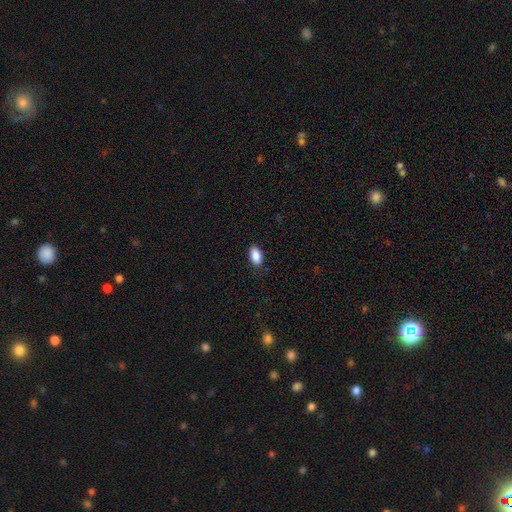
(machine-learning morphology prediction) This appears to be a smooth galaxy with no disk features (89%) that is in between round and cigar-shaped (93%). Merging: none (85%).